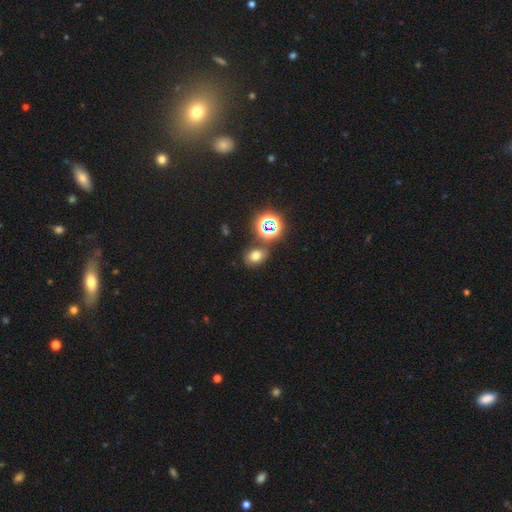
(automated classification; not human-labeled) This appears to be a smooth galaxy with no disk features (63%) that is in between round and cigar-shaped (55%). Merging: none (68%).